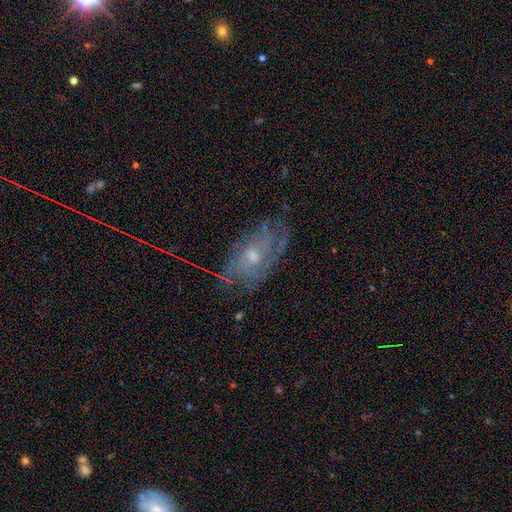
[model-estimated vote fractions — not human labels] smooth-or-featured: featured or disk: 69% | smooth: 16% | star or artifact: 14%
  disk-edge-on: no: 92% | yes: 8%
    bar: no: 74% | weak: 22% | strong: 4%
    has-spiral-arms: yes: 85% | no: 15%
      spiral-winding: tight: 55% | medium: 33% | loose: 12%
      spiral-arm-count: can't tell: 50% | 2: 18% | 3: 13% | 4: 8% | 1: 6% | more than 4: 5%
    bulge-size: small: 48% | moderate: 47% | none: 2% | large: 2% | dominant: 1%
  merging: none: 72% | minor disturbance: 18% | major disturbance: 8% | merger: 2%